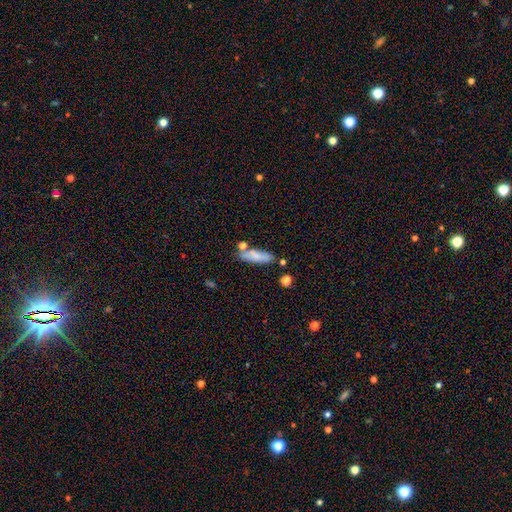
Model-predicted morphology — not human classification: smooth 75%, featured or disk 17%, star or artifact 8%. Down the decision tree: how rounded — cigar-shaped (53%); merging — none (70%).